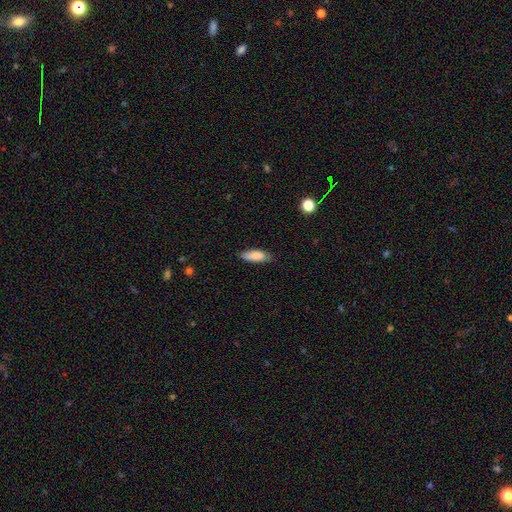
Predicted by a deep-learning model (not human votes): smooth-or-featured: smooth: 86% | featured or disk: 8% | star or artifact: 7%
  how-rounded: in between: 71% | cigar-shaped: 27% | round: 2%
  merging: none: 78% | minor disturbance: 18% | major disturbance: 3% | merger: 1%